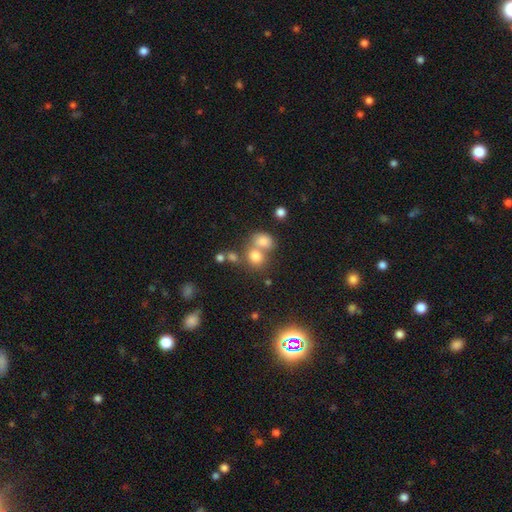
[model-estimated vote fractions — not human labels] smooth 75%, star or artifact 14%, featured or disk 11%. Down the decision tree: how rounded — round (65%); merging — merger (45%).